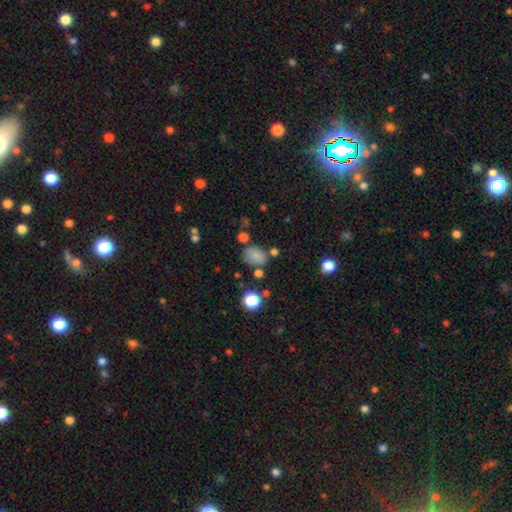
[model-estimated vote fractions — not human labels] smooth-or-featured: smooth: 76% | star or artifact: 15% | featured or disk: 9%
  how-rounded: in between: 66% | round: 33% | cigar-shaped: 1%
  merging: none: 62% | minor disturbance: 21% | merger: 10% | major disturbance: 7%